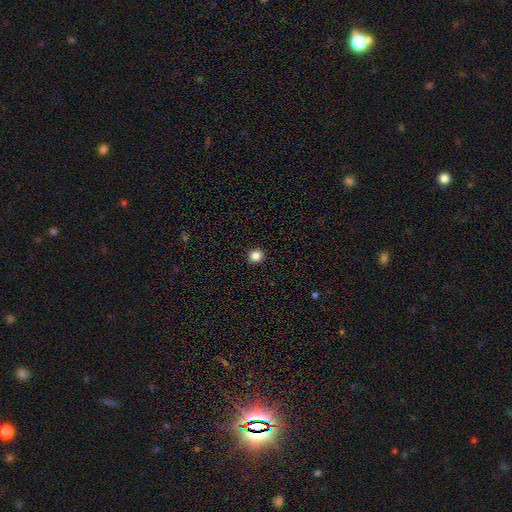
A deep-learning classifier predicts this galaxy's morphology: This appears to be a smooth galaxy with no disk features (85%) that is round (90%). Merging: none (93%).